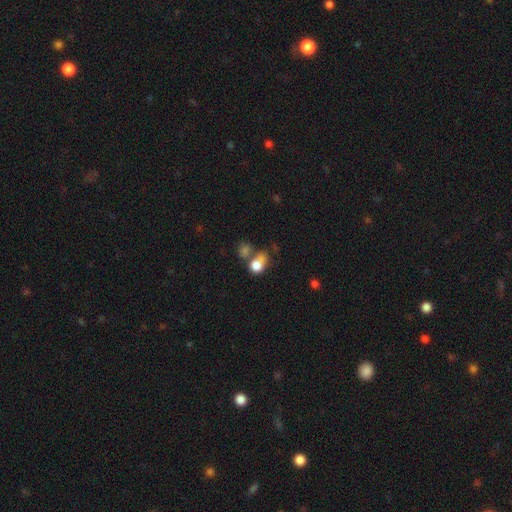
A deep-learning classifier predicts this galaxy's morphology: Smooth or featured?
  - smooth: 53% *
  - star or artifact: 27%
  - featured or disk: 20%
How rounded?
  - round: 48% *
  - in between: 47%
  - cigar-shaped: 6%
Merging?
  - none: 45% *
  - merger: 35%
  - minor disturbance: 11%
  - major disturbance: 9%